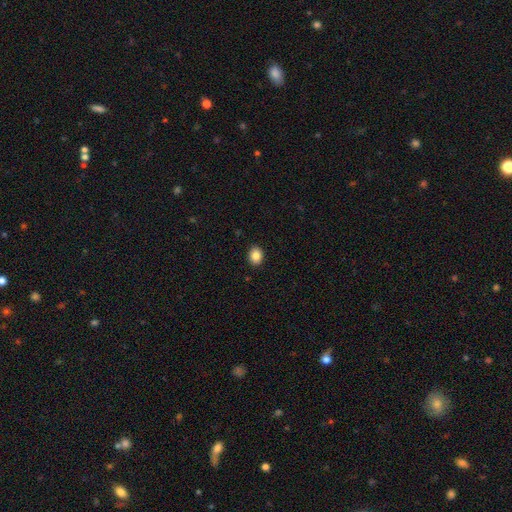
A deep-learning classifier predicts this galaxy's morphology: smooth 86%, star or artifact 9%, featured or disk 5%. Down the decision tree: how rounded — in between (57%); merging — none (91%).